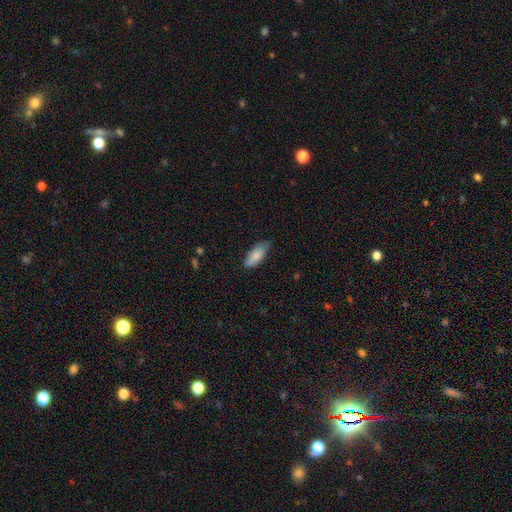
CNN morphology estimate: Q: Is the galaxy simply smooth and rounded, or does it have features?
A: smooth — 82%.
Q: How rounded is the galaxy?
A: in between — 79%.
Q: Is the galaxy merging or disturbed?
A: none — 73%.